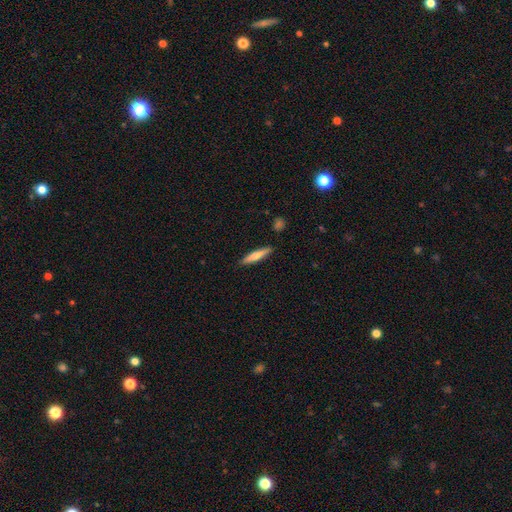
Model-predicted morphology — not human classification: A smooth galaxy with no disk features (67%) that is cigar-shaped (87%). Merging: none (88%).